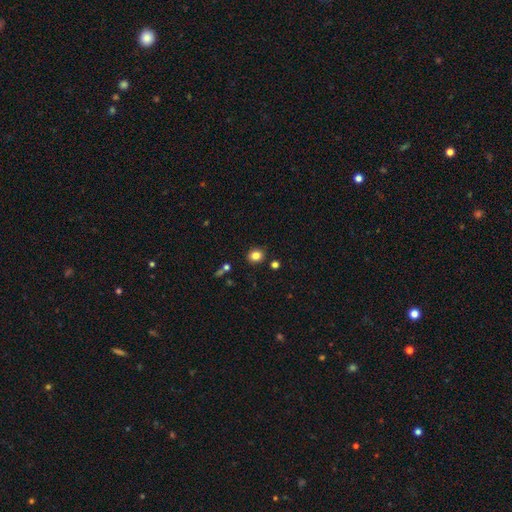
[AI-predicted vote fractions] smooth 82%, star or artifact 12%, featured or disk 6%. Down the decision tree: how rounded — round (76%); merging — none (87%).